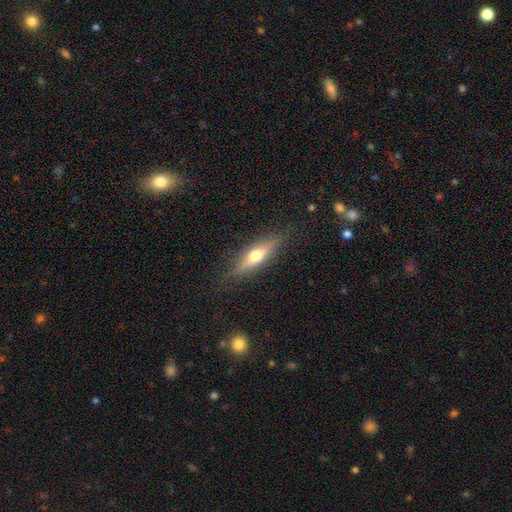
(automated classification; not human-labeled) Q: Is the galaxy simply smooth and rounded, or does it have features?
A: featured or disk — 51%.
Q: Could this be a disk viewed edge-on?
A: yes — 91%.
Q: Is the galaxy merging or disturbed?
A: none — 85%.